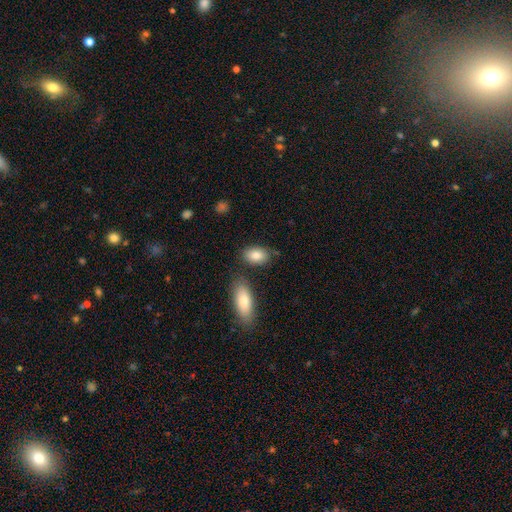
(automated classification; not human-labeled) Smooth or featured?
  - smooth: 84% *
  - featured or disk: 9%
  - star or artifact: 7%
How rounded?
  - in between: 90% *
  - round: 8%
  - cigar-shaped: 2%
Merging?
  - none: 72% *
  - minor disturbance: 14%
  - merger: 10%
  - major disturbance: 4%